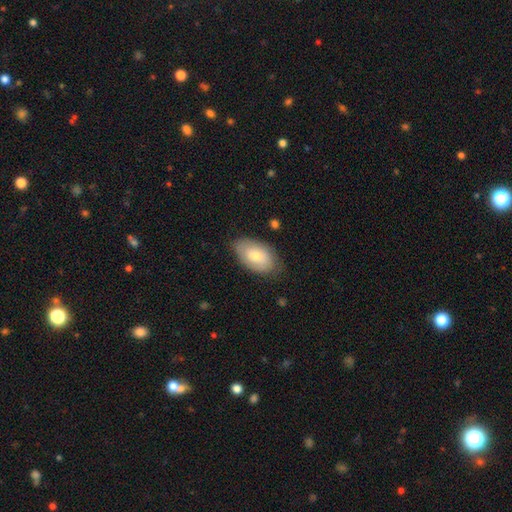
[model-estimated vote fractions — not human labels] This is likely a smooth galaxy (68%). How rounded: clearly in between (94%). Merging: likely none (76%).